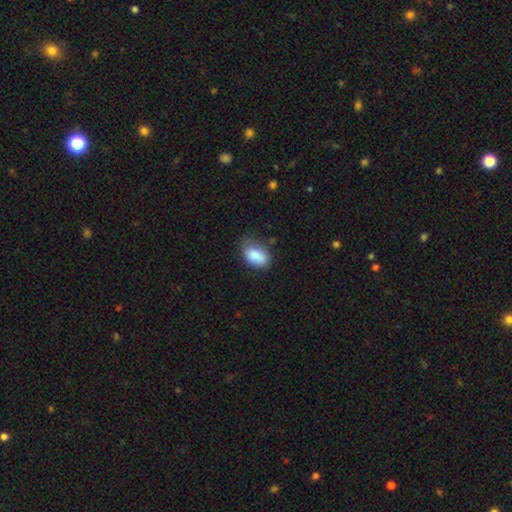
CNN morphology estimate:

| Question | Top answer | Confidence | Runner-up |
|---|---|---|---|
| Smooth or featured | smooth | 85% | featured or disk (8%) |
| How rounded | in between | 89% | round (8%) |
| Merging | none | 57% | minor disturbance (32%) |